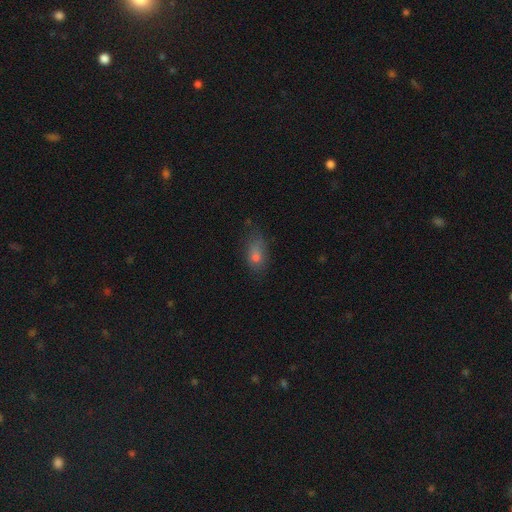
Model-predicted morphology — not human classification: Smooth or featured? smooth (69%)
How rounded? in between (81%)
Merging? none (60%)